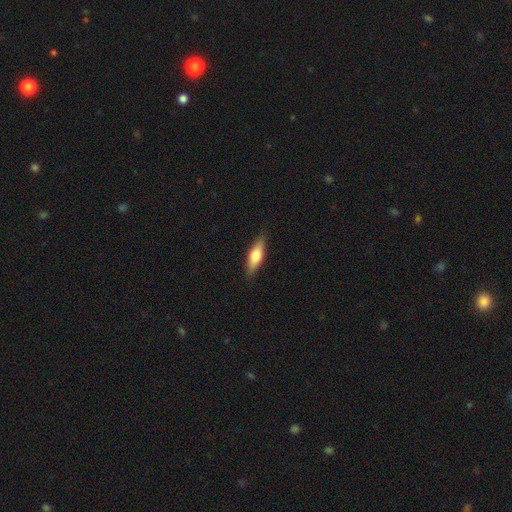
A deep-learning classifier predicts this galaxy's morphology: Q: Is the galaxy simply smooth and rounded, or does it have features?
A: smooth — 64%.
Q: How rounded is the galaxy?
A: in between — 53%.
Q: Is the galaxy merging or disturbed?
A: none — 87%.